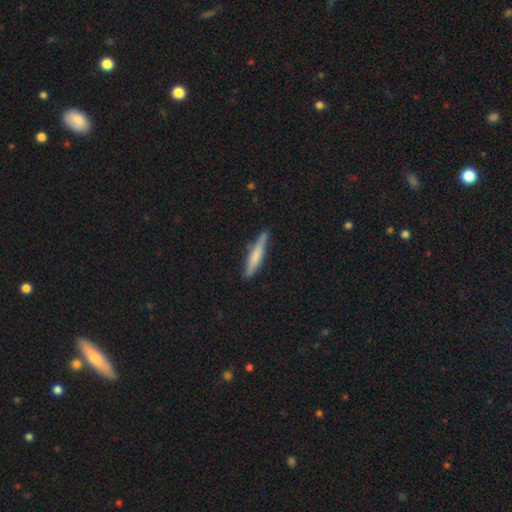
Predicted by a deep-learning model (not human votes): This is possibly a smooth galaxy (60%). How rounded: clearly cigar-shaped (91%). Merging: clearly none (84%).